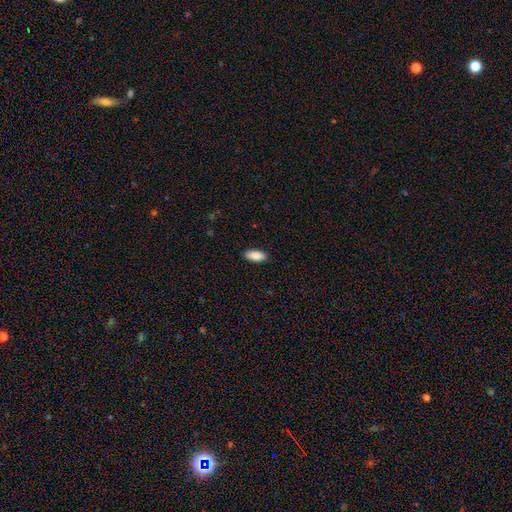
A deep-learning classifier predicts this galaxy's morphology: smooth 88%, star or artifact 6%, featured or disk 6%. Down the decision tree: how rounded — in between (88%); merging — none (89%).